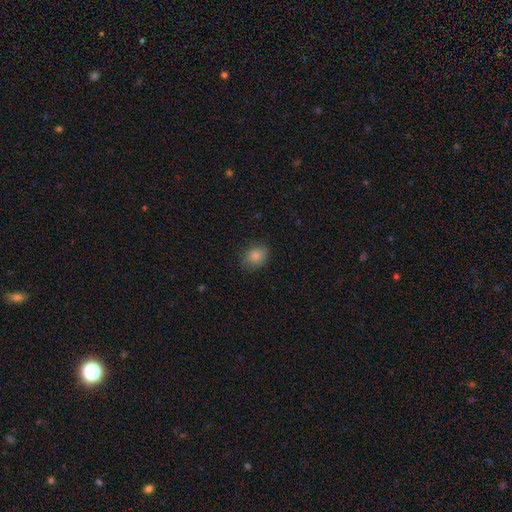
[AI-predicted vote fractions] Smooth or featured: smooth — 83% (star or artifact — 10%)
How rounded: round — 53% (in between — 46%)
Merging: none — 79% (minor disturbance — 16%)